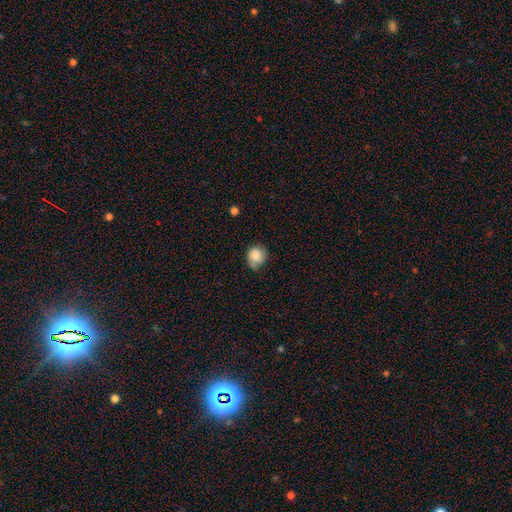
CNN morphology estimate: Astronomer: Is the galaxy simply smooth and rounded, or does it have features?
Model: smooth — 82%.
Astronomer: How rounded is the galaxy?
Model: round — 79%.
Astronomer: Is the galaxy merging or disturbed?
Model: none — 53% (runner-up: minor disturbance, 35%).